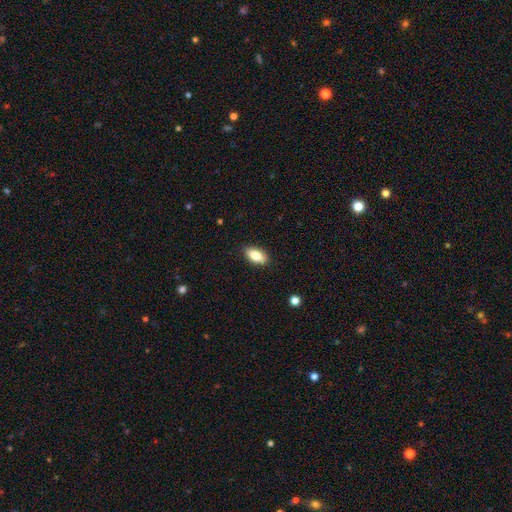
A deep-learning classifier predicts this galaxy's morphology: type=smooth (82%); roundness=in between (89%); merging=none (89%).